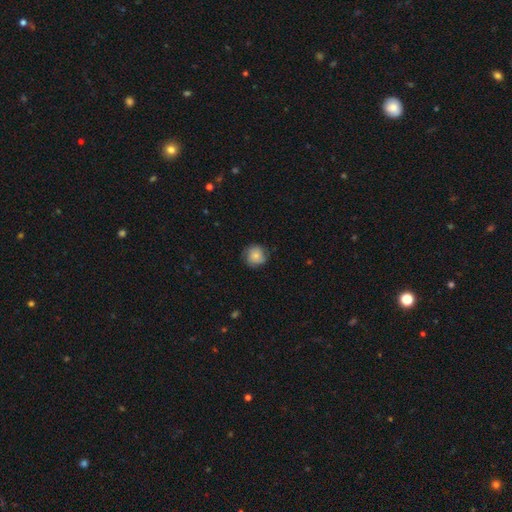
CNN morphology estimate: smooth-or-featured: smooth: 71% | featured or disk: 21% | star or artifact: 8%
  how-rounded: round: 89% | in between: 10% | cigar-shaped: 1%
  merging: none: 74% | minor disturbance: 20% | major disturbance: 5% | merger: 1%